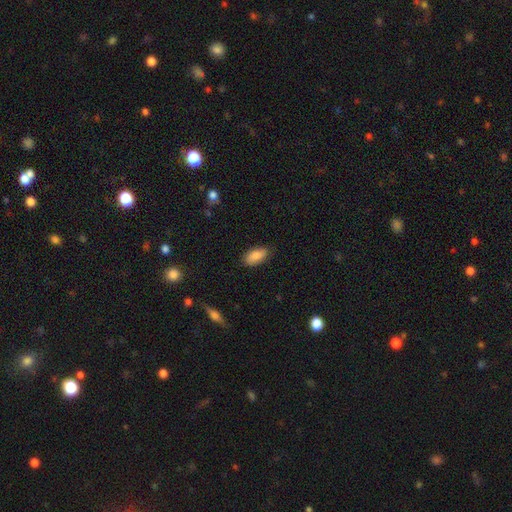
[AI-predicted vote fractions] smooth 86%, featured or disk 7%, star or artifact 6%. Down the decision tree: how rounded — in between (91%); merging — none (81%).